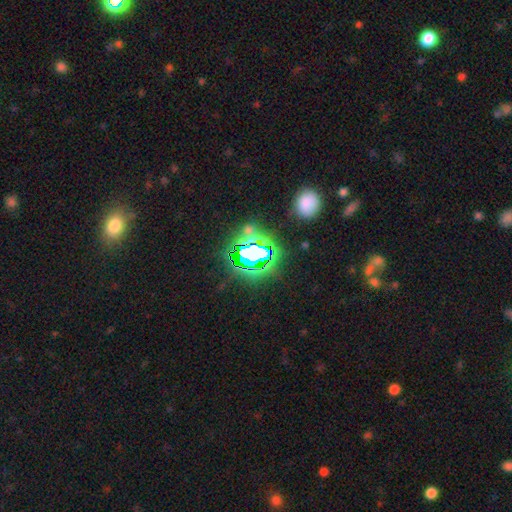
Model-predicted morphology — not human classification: Smooth or featured: star or artifact — 77% (smooth — 14%)